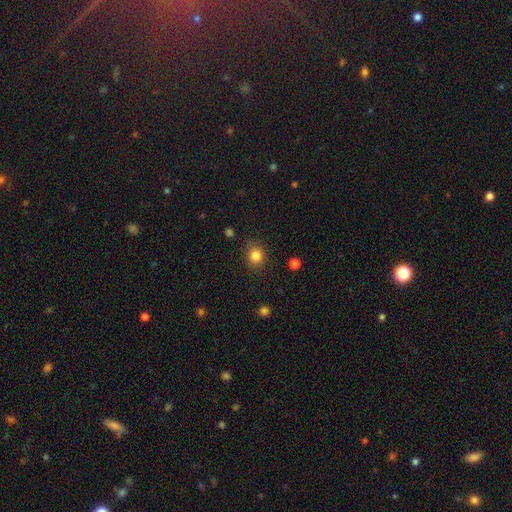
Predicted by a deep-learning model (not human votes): Smooth or featured? Predicted: smooth (p=0.84). How rounded? Predicted: round (p=0.83). Merging? Predicted: none (p=0.85).